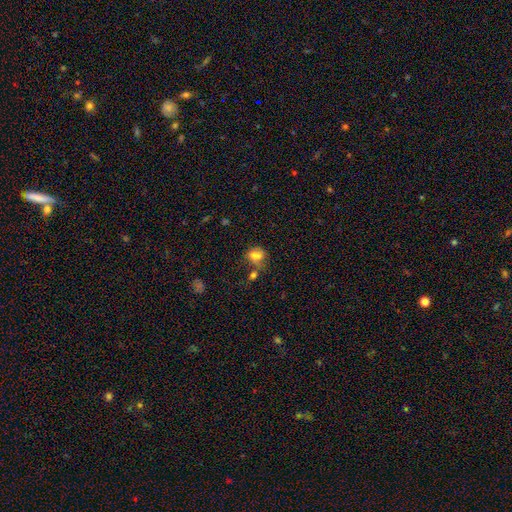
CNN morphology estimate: Overall: smooth (67%). How rounded: in between (58%; round 40%). Merging: none (41%; merger 24%).